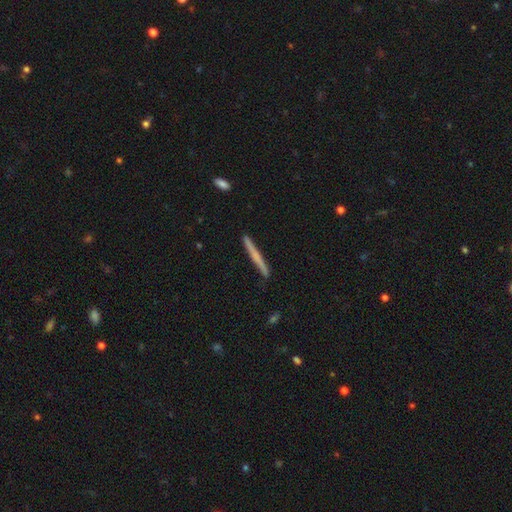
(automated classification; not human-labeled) Smooth or featured? Predicted: smooth (p=0.51). How rounded? Predicted: cigar-shaped (p=0.97). Merging? Predicted: none (p=0.90).